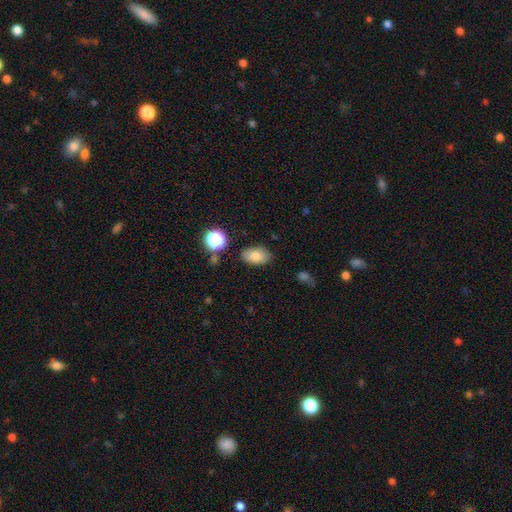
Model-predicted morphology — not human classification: Smooth or featured: smooth — 72% (star or artifact — 18%)
How rounded: in between — 83% (round — 15%)
Merging: none — 84% (minor disturbance — 10%)